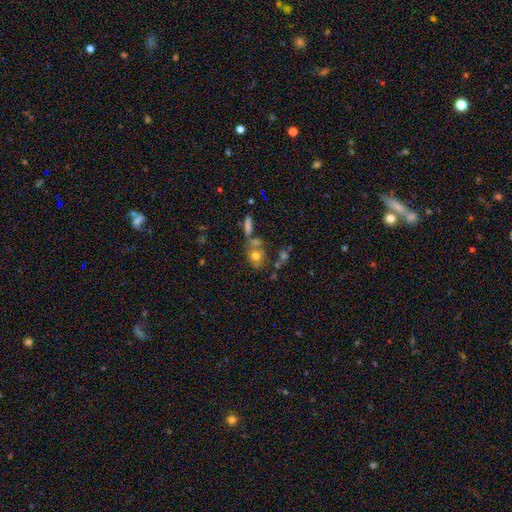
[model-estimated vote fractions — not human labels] Smooth or featured: smooth — 67% (featured or disk — 19%)
How rounded: round — 63% (in between — 34%)
Merging: none — 49% (merger — 30%)